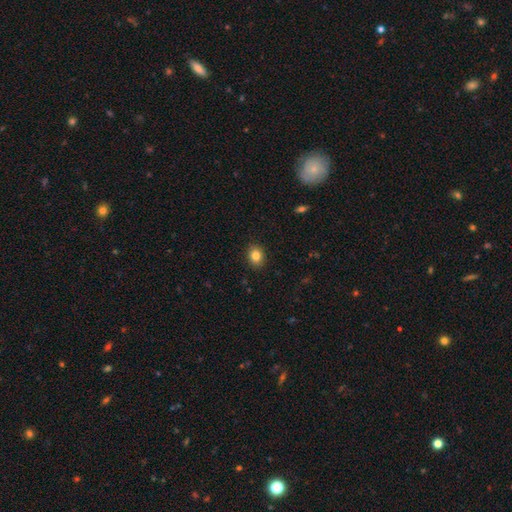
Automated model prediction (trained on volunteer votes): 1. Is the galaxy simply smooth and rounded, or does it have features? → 83% smooth, 10% star or artifact, 7% featured or disk.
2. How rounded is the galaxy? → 54% in between, 45% round, 1% cigar-shaped.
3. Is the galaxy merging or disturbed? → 90% none, 7% minor disturbance, 2% major disturbance, 1% merger.